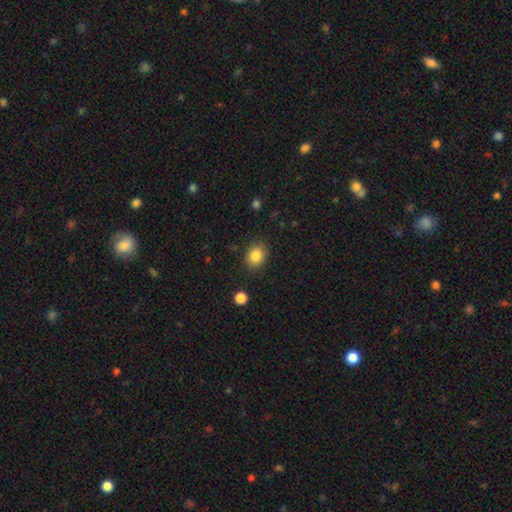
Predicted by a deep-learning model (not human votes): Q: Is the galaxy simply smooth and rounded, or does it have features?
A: smooth — 85%.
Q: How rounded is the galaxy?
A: round — 53%.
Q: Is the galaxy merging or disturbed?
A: none — 86%.